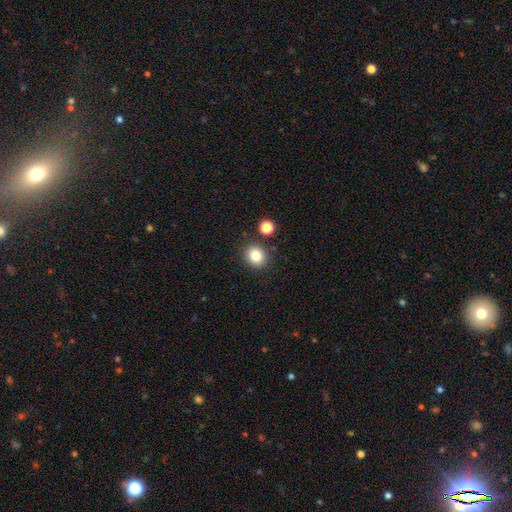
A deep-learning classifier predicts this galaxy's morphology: Smooth or featured?
  - smooth: 83% *
  - star or artifact: 11%
  - featured or disk: 6%
How rounded?
  - round: 80% *
  - in between: 19%
  - cigar-shaped: 1%
Merging?
  - none: 85% *
  - minor disturbance: 7%
  - merger: 5%
  - major disturbance: 2%